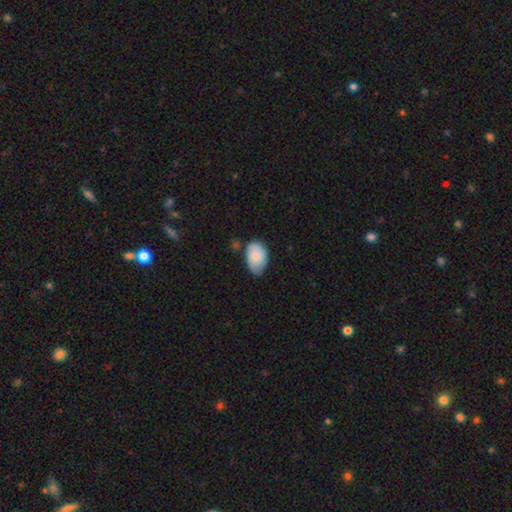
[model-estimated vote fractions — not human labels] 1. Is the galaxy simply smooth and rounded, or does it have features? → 77% smooth, 16% featured or disk, 6% star or artifact.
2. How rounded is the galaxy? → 89% in between, 10% round, 1% cigar-shaped.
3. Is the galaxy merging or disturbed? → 52% none, 37% minor disturbance, 6% major disturbance, 5% merger.